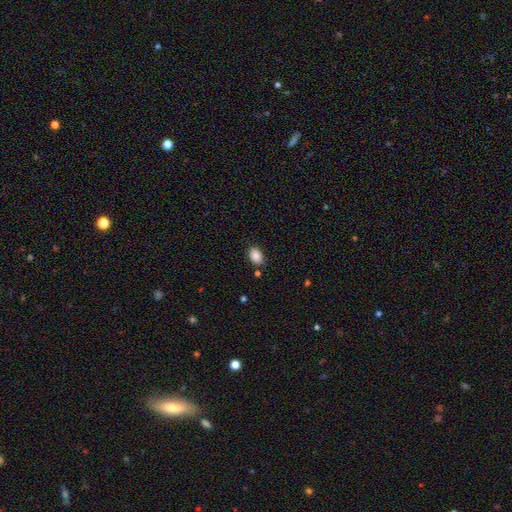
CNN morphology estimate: This appears to be a smooth galaxy with no disk features (87%) that is in between round and cigar-shaped (80%). Merging: none (83%).